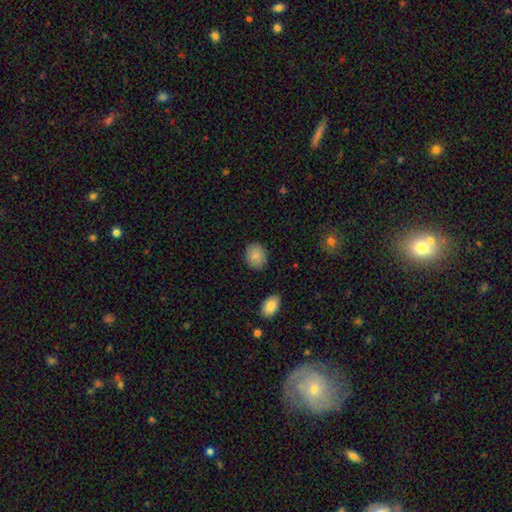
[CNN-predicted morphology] This appears to be a smooth galaxy with no disk features (87%) that is round (61%). Merging: none (86%).